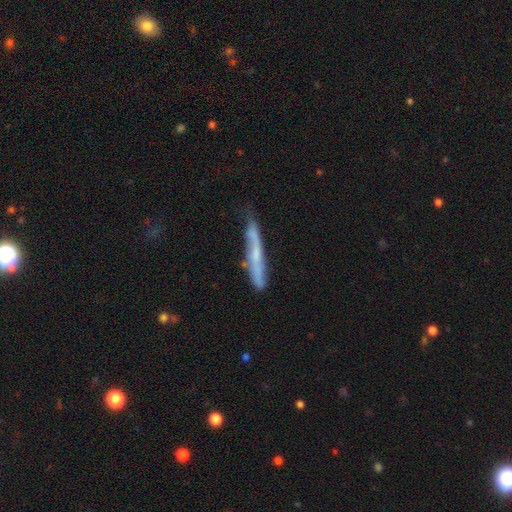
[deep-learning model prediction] smooth-or-featured: featured or disk: 54% | smooth: 38% | star or artifact: 8%
  disk-edge-on: yes: 80% | no: 20%
  merging: none: 65% | minor disturbance: 25% | major disturbance: 6% | merger: 3%